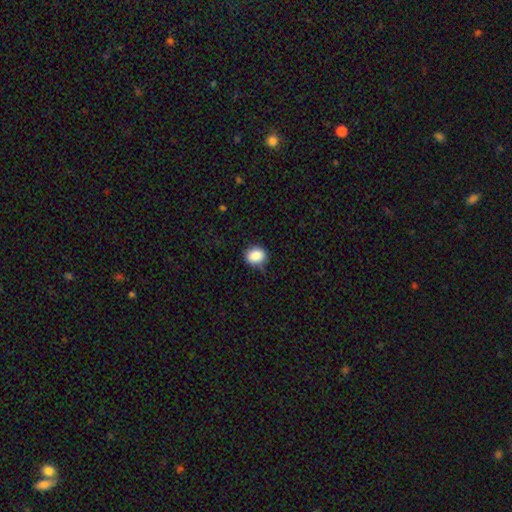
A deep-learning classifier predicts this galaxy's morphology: smooth_or_featured: smooth (p=0.88) [alt: star or artifact p=0.08]
how_rounded: round (p=0.66) [alt: in between p=0.33]
merging: none (p=0.77) [alt: minor disturbance p=0.18]